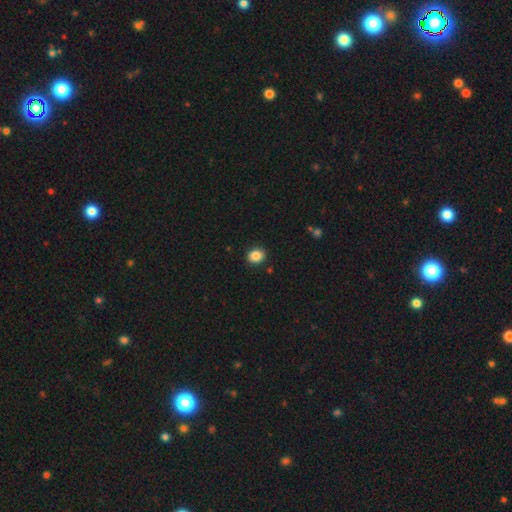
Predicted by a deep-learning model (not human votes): smooth_or_featured: smooth (p=0.87) [alt: star or artifact p=0.09]
how_rounded: round (p=0.60) [alt: in between p=0.39]
merging: none (p=0.91) [alt: minor disturbance p=0.06]